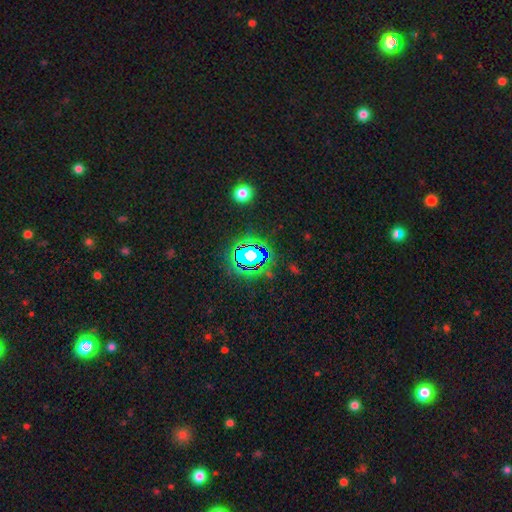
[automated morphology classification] The model was most divided on "smooth or featured": star or artifact: 79%, smooth: 14%, featured or disk: 8%.